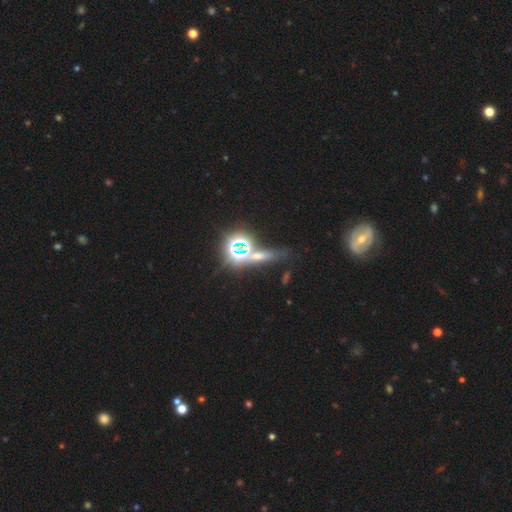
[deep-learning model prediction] The model was most divided on "smooth or featured": star or artifact: 62%, smooth: 21%, featured or disk: 18%.